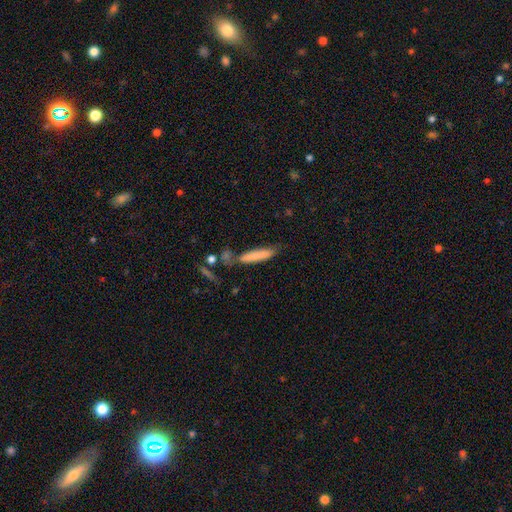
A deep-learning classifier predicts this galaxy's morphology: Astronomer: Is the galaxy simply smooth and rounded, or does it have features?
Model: smooth — 77%.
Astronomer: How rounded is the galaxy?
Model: cigar-shaped — 86%.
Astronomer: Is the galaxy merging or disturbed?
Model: none — 65%.